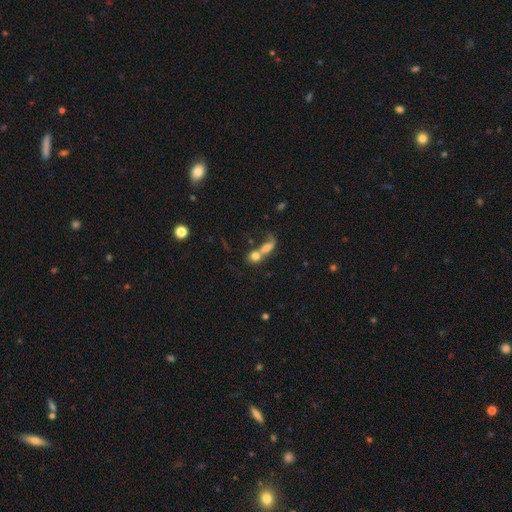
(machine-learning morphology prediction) The model was most divided on "how rounded": round: 53%, in between: 40%, cigar-shaped: 7%. More confident: merging — merger (66%); smooth or featured — smooth (65%).